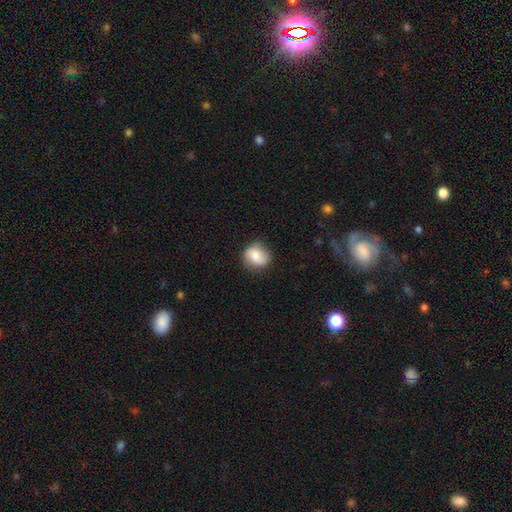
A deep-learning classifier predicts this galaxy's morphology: smooth_or_featured: smooth (p=0.71) [alt: featured or disk p=0.21]
how_rounded: round (p=0.76) [alt: in between p=0.23]
merging: none (p=0.73) [alt: minor disturbance p=0.20]